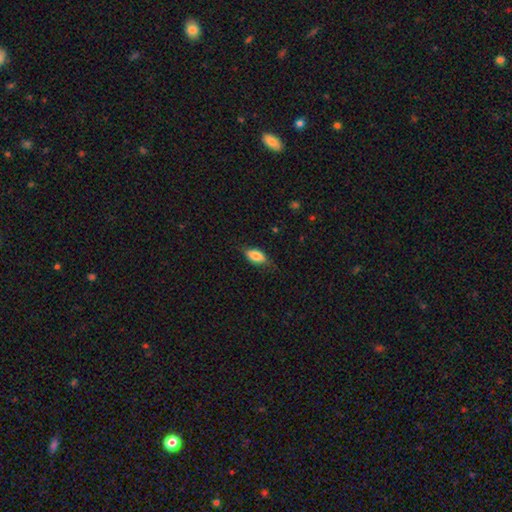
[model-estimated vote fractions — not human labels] Overall: smooth (80%). How rounded: in between (87%). Merging: none (71%).